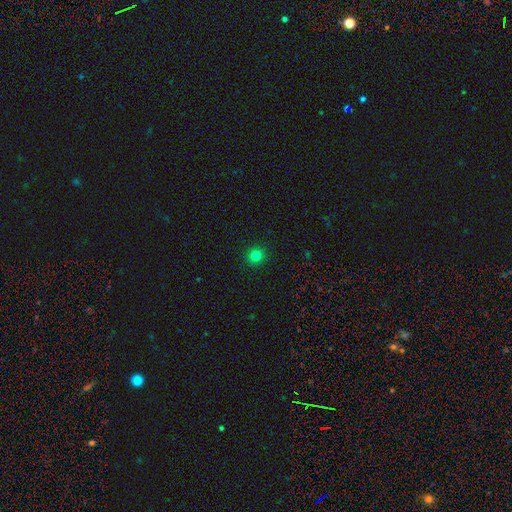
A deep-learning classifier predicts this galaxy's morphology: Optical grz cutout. It shows a smooth galaxy with no disk features (80%) that is round (93%). Merging: none (93%).